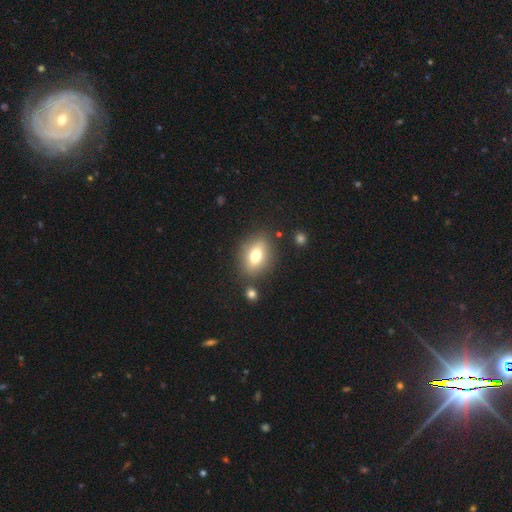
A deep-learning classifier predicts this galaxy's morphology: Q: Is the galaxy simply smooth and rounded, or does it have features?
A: smooth — 71%.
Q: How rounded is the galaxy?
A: in between — 75%.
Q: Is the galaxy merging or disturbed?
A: none — 81%.